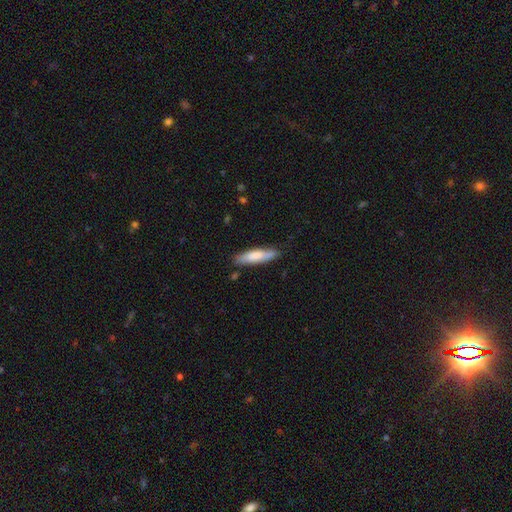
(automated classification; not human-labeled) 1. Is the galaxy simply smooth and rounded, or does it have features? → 75% smooth, 20% featured or disk, 5% star or artifact.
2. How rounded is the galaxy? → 73% cigar-shaped, 26% in between, 1% round.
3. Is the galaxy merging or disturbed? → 78% none, 17% minor disturbance, 3% major disturbance, 3% merger.